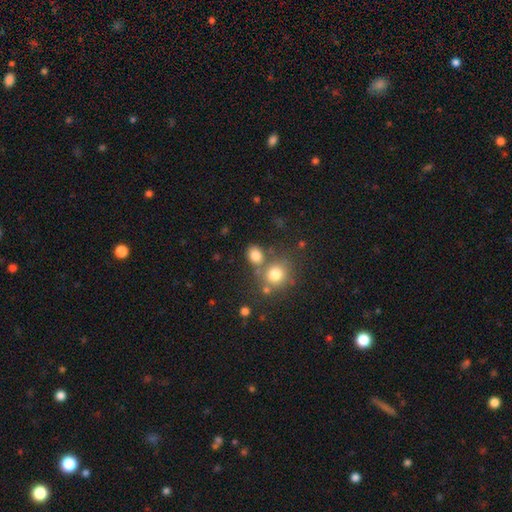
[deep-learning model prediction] This is likely a smooth galaxy (79%). How rounded: possibly round (52%). Merging: likely none (62%).